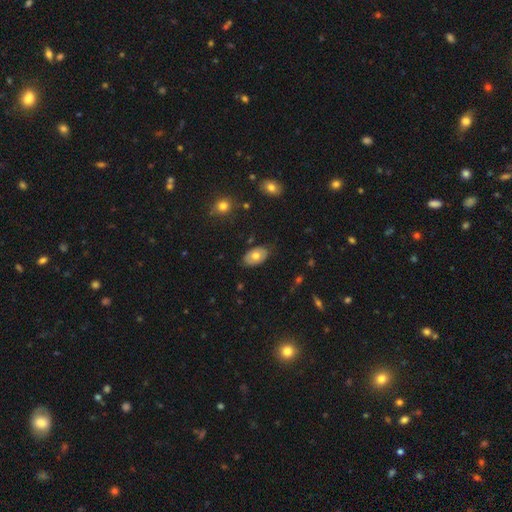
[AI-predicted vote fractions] smooth-or-featured: smooth: 66% | featured or disk: 27% | star or artifact: 7%
  how-rounded: in between: 91% | round: 8% | cigar-shaped: 1%
  merging: none: 82% | minor disturbance: 14% | major disturbance: 3% | merger: 1%